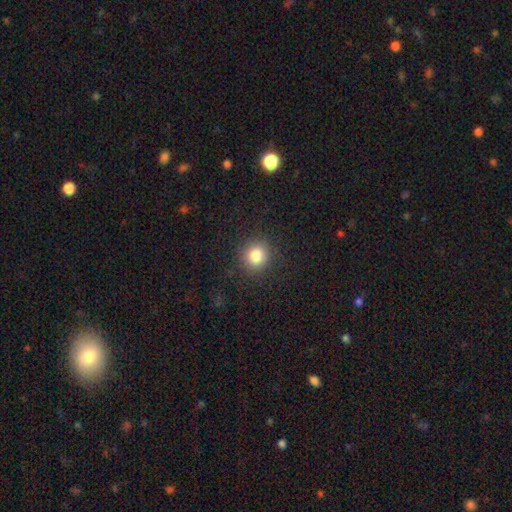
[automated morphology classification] This is clearly a smooth galaxy (83%). How rounded: clearly round (89%). Merging: clearly none (89%).